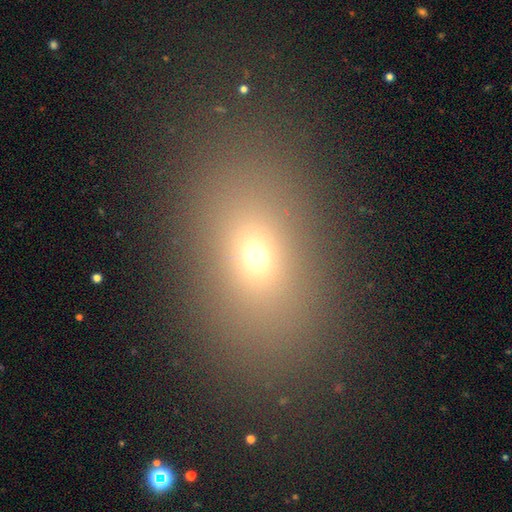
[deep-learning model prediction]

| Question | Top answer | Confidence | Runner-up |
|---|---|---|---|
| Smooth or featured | smooth | 65% | star or artifact (21%) |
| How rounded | in between | 73% | round (24%) |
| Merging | none | 83% | minor disturbance (9%) |